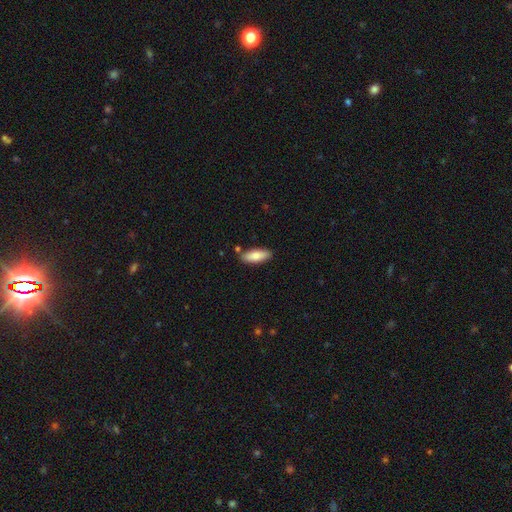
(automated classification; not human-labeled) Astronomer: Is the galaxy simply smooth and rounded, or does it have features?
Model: smooth — 79%.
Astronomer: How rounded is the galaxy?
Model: in between — 69%.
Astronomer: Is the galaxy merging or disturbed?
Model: none — 83%.